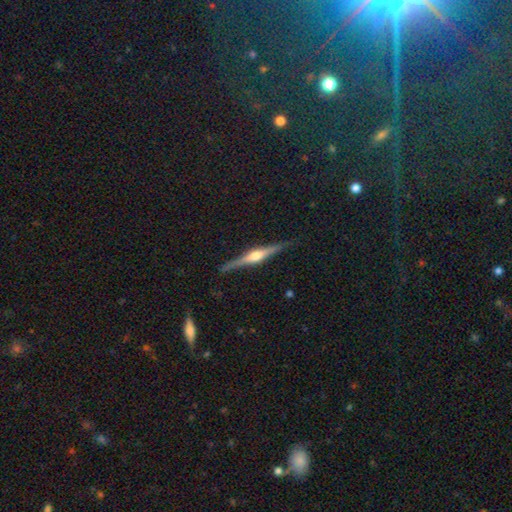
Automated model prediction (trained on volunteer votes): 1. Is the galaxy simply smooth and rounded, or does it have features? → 80% featured or disk, 14% smooth, 5% star or artifact.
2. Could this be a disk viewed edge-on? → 98% yes, 2% no.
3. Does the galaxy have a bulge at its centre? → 91% rounded, 6% boxy, 3% none.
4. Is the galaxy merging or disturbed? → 89% none, 8% minor disturbance, 2% major disturbance, 1% merger.